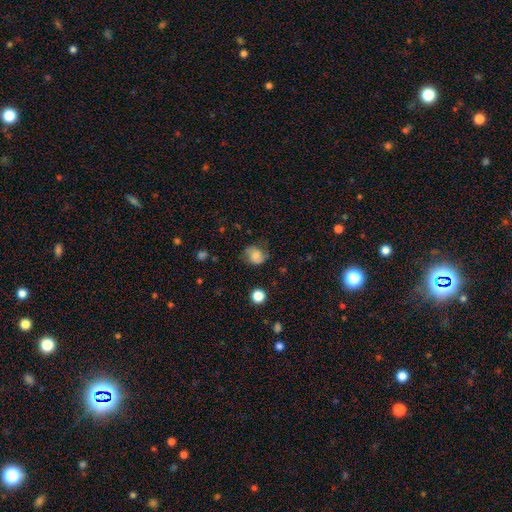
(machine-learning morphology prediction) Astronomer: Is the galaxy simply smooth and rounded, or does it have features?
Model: smooth — 59%.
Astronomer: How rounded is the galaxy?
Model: round — 64%.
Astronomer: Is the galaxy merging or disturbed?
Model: none — 66%.